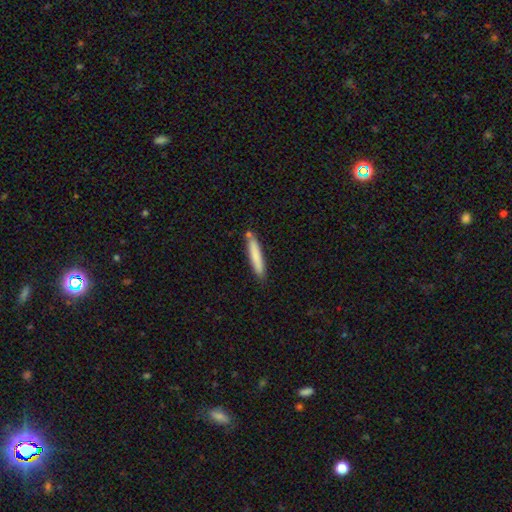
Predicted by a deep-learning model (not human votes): smooth-or-featured: smooth: 79% | featured or disk: 15% | star or artifact: 6%
  how-rounded: cigar-shaped: 92% | in between: 7% | round: 1%
  merging: none: 79% | minor disturbance: 12% | merger: 7% | major disturbance: 2%